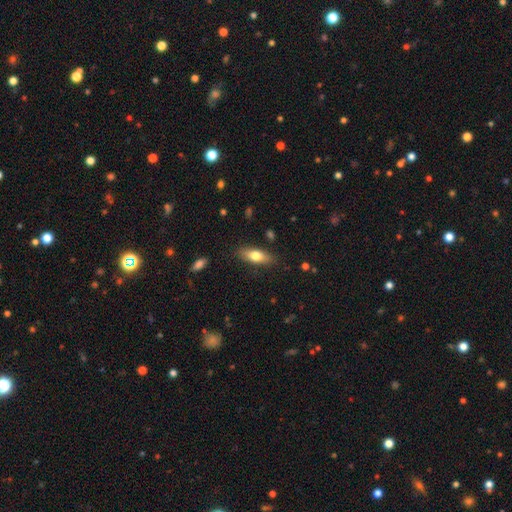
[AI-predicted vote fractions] Overall: smooth (70%). How rounded: in between (65%; cigar-shaped 33%). Merging: none (84%).